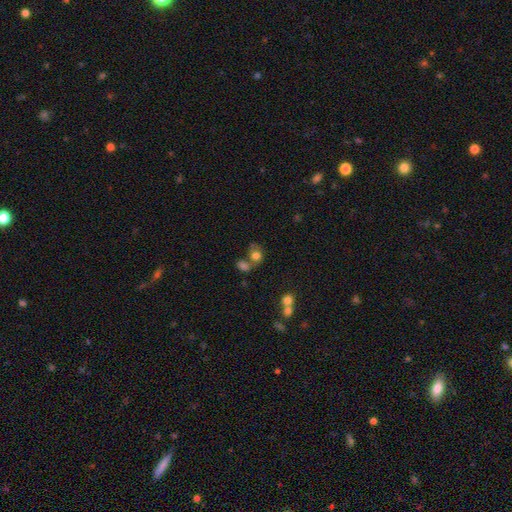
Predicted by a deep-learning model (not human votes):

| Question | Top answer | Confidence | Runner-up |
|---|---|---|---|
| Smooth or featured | smooth | 73% | featured or disk (14%) |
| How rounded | round | 56% | in between (43%) |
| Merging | none | 37% | tied: merger (37%) |